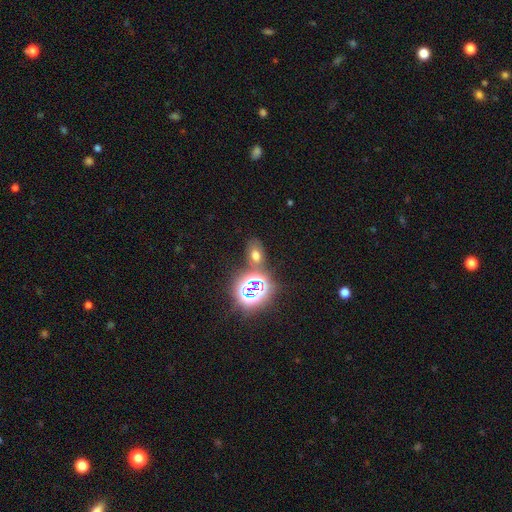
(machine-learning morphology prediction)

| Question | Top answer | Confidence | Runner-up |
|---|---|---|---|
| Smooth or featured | smooth | 51% | star or artifact (38%) |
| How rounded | in between | 79% | round (19%) |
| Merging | none | 70% | minor disturbance (13%) |